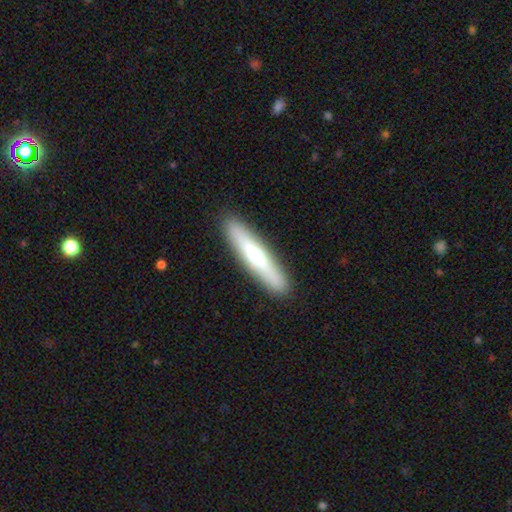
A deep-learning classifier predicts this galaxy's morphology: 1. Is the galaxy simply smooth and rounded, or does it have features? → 49% smooth, 46% featured or disk, 5% star or artifact.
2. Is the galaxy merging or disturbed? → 92% none, 6% minor disturbance, 1% major disturbance, 1% merger.